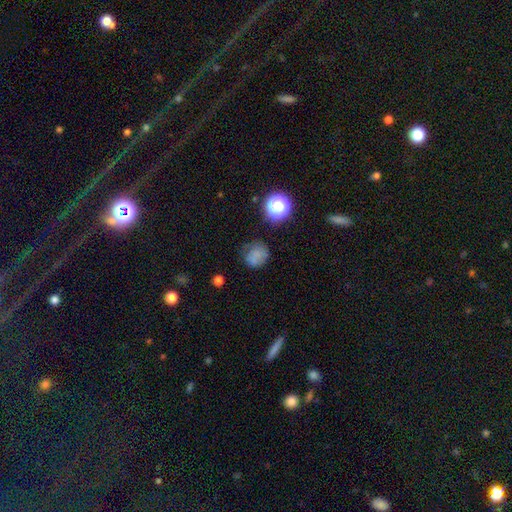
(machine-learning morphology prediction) A smooth galaxy with no disk features (70%) that is round (76%). Merging: none (59%).